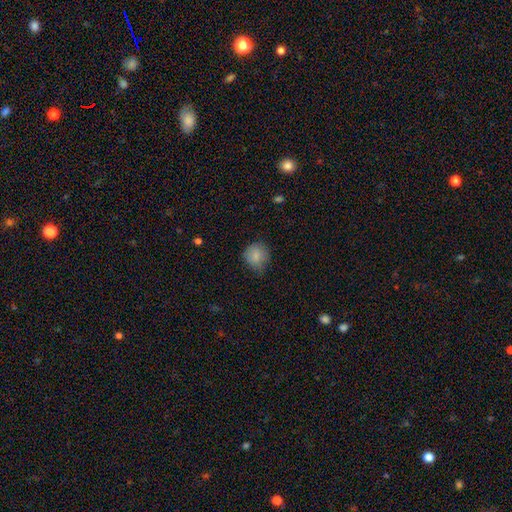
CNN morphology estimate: This is clearly a smooth galaxy (85%). How rounded: clearly round (83%). Merging: likely none (63%).